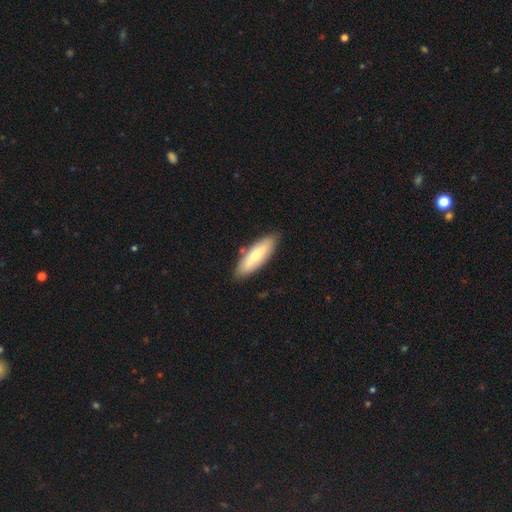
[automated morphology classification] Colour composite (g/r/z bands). It shows a smooth galaxy with no disk features (58%) that is in between round and cigar-shaped (53%). Merging: none (83%).